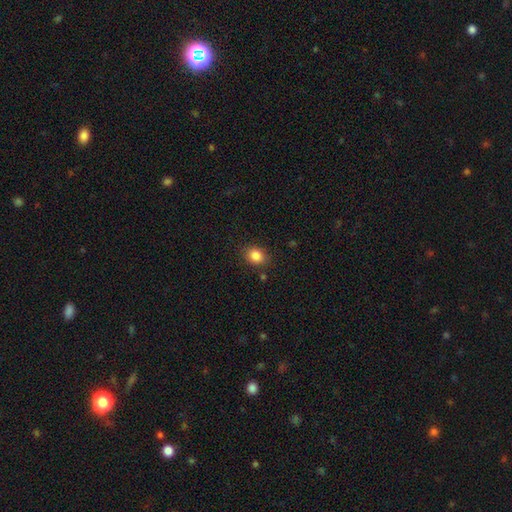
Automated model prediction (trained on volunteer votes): Overall: smooth (86%). How rounded: in between (51%; round 48%). Merging: none (83%).